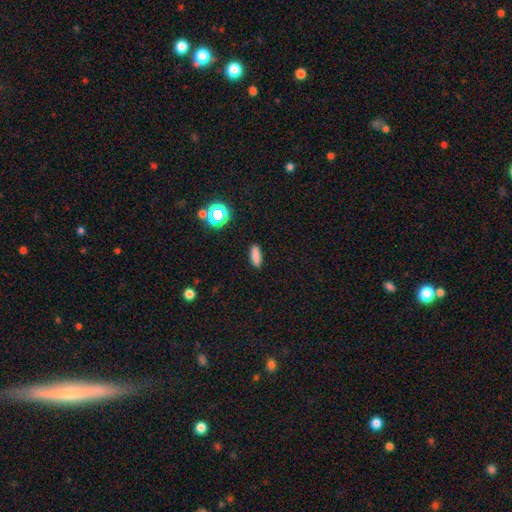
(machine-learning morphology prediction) Q: Smooth or featured?
A: smooth (83%); runner-up: star or artifact (13%)
Q: How rounded?
A: in between (65%); runner-up: cigar-shaped (31%)
Q: Merging?
A: none (89%); runner-up: minor disturbance (8%)